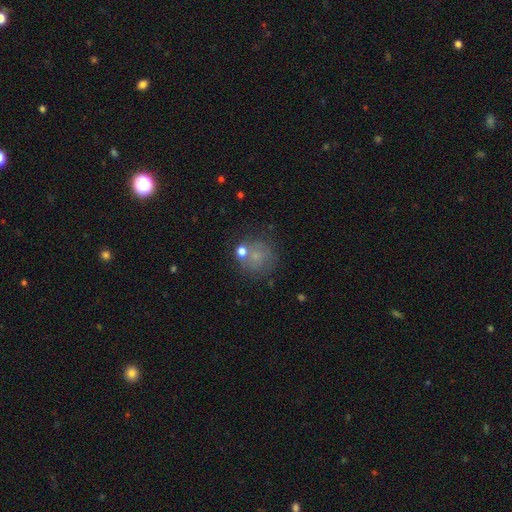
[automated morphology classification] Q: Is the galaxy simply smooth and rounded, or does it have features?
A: smooth — 59%.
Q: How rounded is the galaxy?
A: round — 86%.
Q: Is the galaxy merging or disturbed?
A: none — 61%.